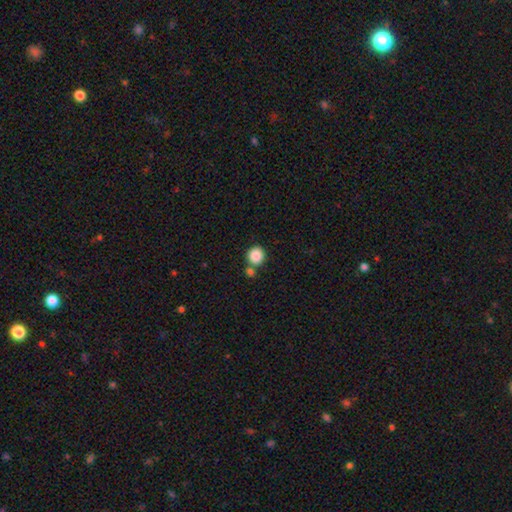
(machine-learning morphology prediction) The model was most divided on "merging": none: 67%, merger: 21%, minor disturbance: 9%, major disturbance: 3%. More confident: smooth or featured — smooth (87%); how rounded — round (87%).